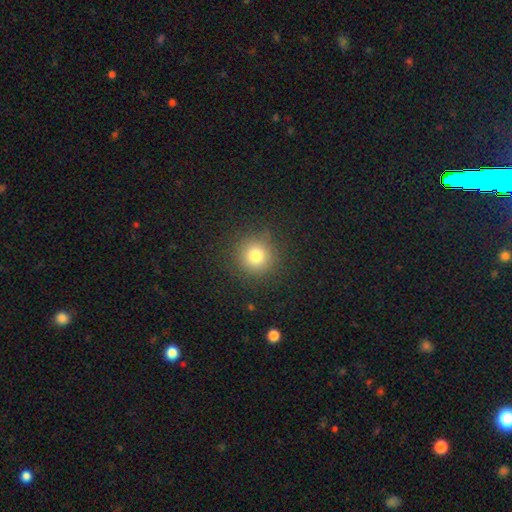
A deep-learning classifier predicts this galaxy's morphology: Overall: smooth (79%). How rounded: round (94%). Merging: none (88%).